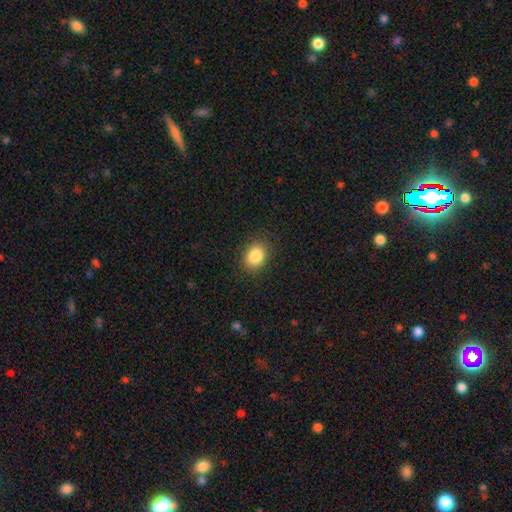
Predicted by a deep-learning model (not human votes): Q: Smooth or featured?
A: smooth (85%); runner-up: star or artifact (9%)
Q: How rounded?
A: in between (58%); runner-up: round (41%)
Q: Merging?
A: none (86%); runner-up: minor disturbance (10%)